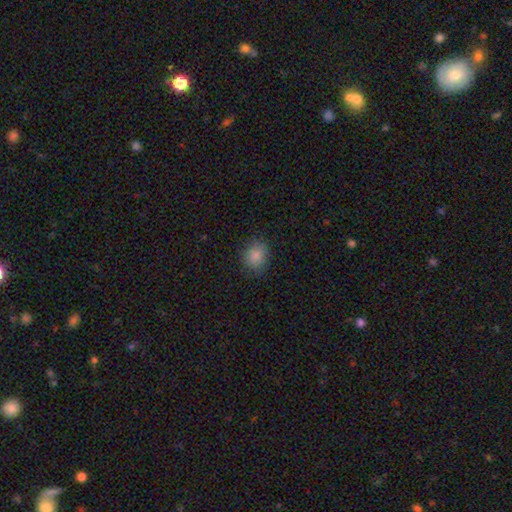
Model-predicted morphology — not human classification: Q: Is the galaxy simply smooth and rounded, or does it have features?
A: smooth — 86%.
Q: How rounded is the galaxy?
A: round — 67%.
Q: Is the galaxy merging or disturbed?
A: none — 83%.